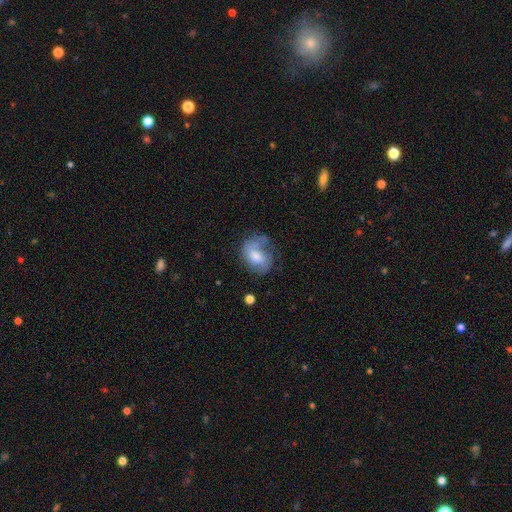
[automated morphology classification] smooth-or-featured: featured or disk: 47% | smooth: 45% | star or artifact: 8%
  merging: none: 43% | minor disturbance: 28% | major disturbance: 25% | merger: 4%